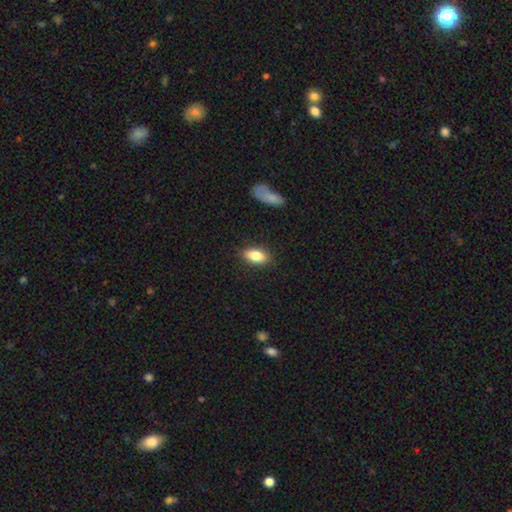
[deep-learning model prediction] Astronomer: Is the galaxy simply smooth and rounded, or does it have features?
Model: smooth — 82%.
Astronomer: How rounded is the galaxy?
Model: in between — 87%.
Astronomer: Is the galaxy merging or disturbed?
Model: none — 87%.